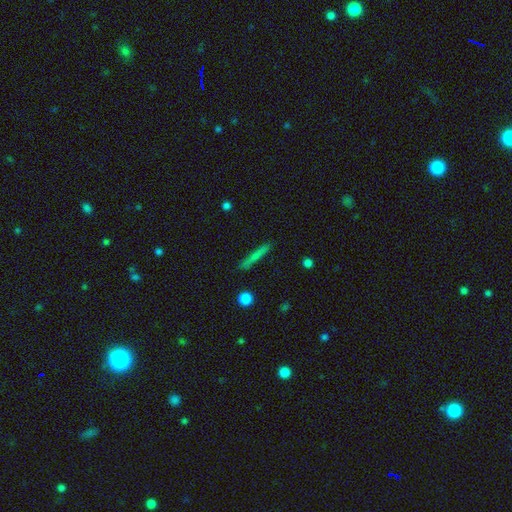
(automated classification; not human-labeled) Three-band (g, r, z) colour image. It shows a smooth galaxy with no disk features (67%) that is cigar-shaped (94%). Merging: none (86%).